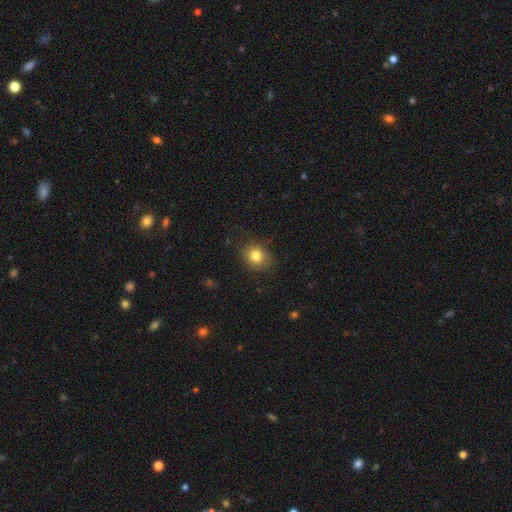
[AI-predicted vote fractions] This is clearly a smooth galaxy (81%). How rounded: likely round (64%). Merging: clearly none (84%).